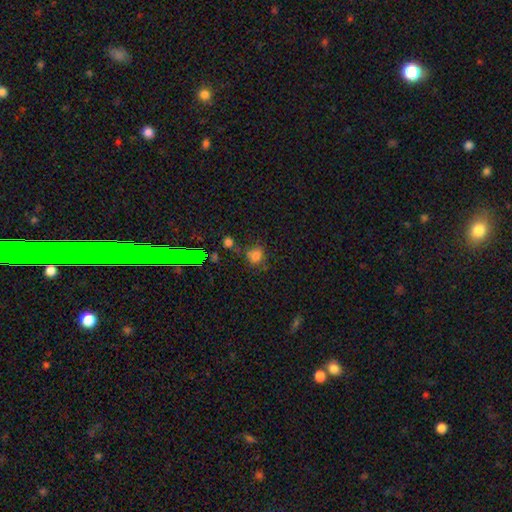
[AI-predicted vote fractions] Morphology: type=smooth (66%); roundness=round (65%); merging=none (64%).